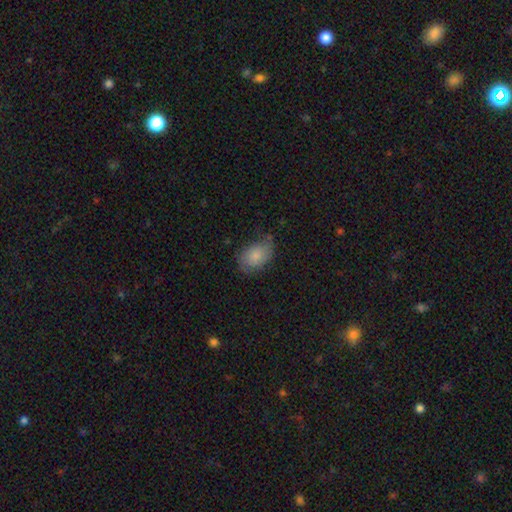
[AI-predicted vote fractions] Smooth or featured? Predicted: smooth (p=0.76). How rounded? Predicted: in between (p=0.83). Merging? Predicted: none (p=0.56).